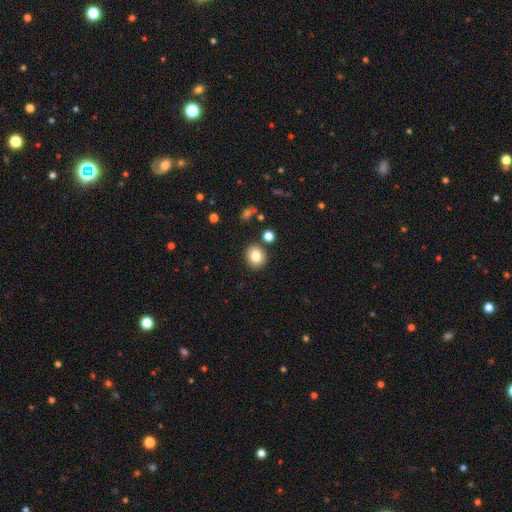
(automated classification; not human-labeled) Smooth or featured? smooth (82%)
How rounded? round (76%)
Merging? none (85%)